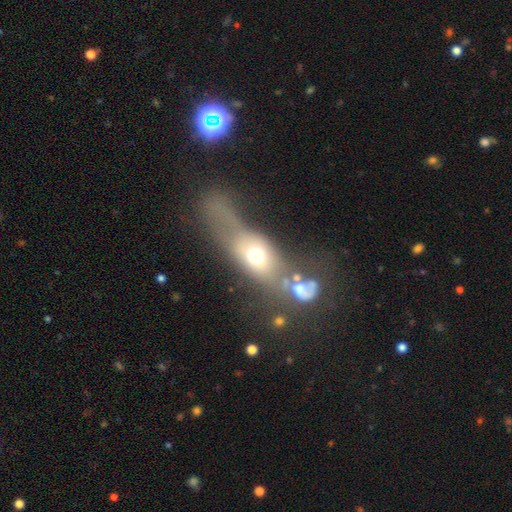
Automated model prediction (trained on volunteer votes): This appears to be a smooth galaxy with no disk features (52%) that is in between round and cigar-shaped (62%). Merging: major disturbance (32%).